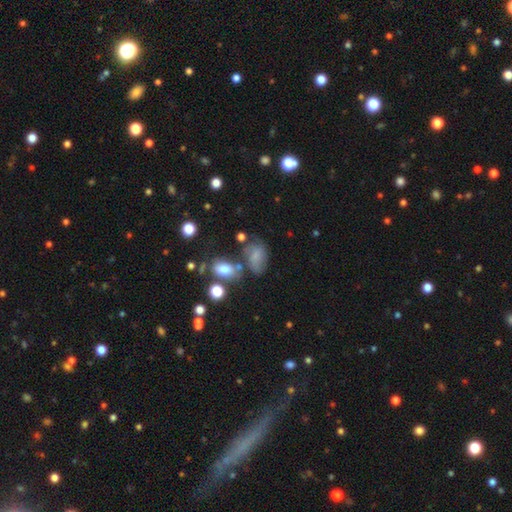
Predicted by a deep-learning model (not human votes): The model was most divided on "merging": none: 44%, minor disturbance: 26%, major disturbance: 16%, merger: 14%. More confident: how rounded — in between (79%); smooth or featured — smooth (62%).